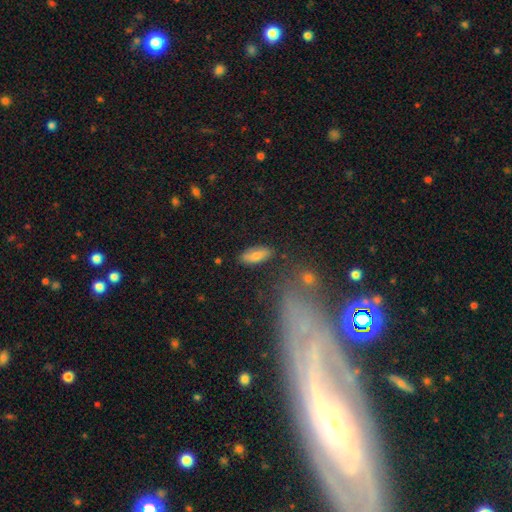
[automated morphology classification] smooth_or_featured: smooth (p=0.75) [alt: featured or disk p=0.17]
how_rounded: in between (p=0.78) [alt: cigar-shaped p=0.19]
merging: none (p=0.82) [alt: minor disturbance p=0.12]